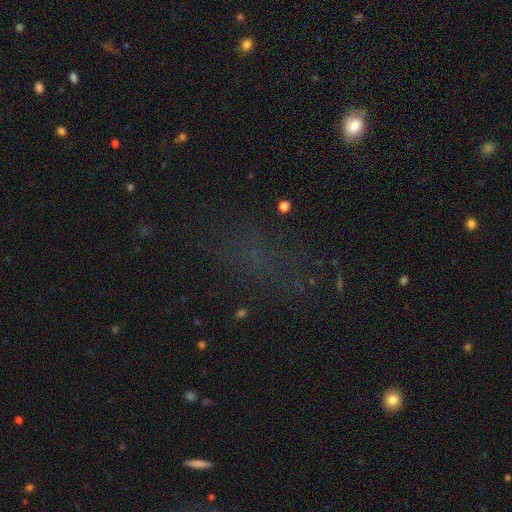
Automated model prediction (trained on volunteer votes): A star or artifact, not a galaxy (47%).

Vote fractions:
- Smooth or featured? star or artifact: 47% / smooth: 36% / featured or disk: 17%